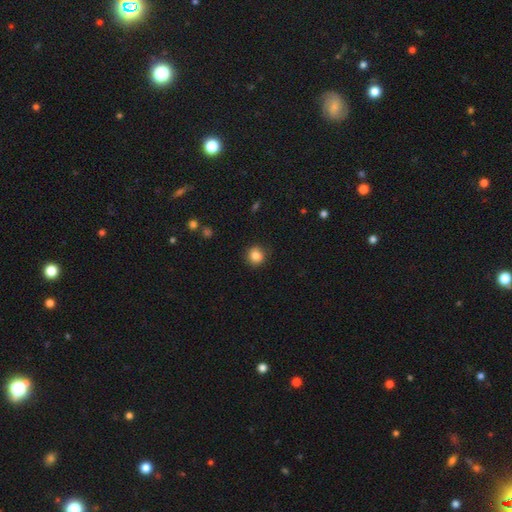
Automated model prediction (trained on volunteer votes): smooth-or-featured: smooth: 84% | star or artifact: 10% | featured or disk: 6%
  how-rounded: round: 92% | in between: 7% | cigar-shaped: 1%
  merging: none: 90% | minor disturbance: 7% | major disturbance: 2% | merger: 1%